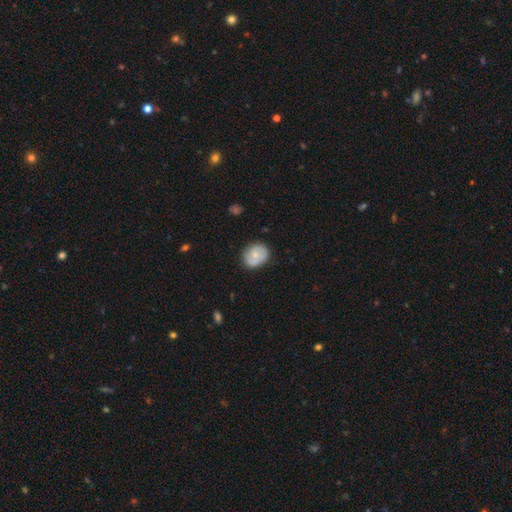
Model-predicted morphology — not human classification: The model was most divided on "smooth or featured": smooth: 53%, featured or disk: 40%, star or artifact: 7%. More confident: merging — none (75%); how rounded — round (57%).